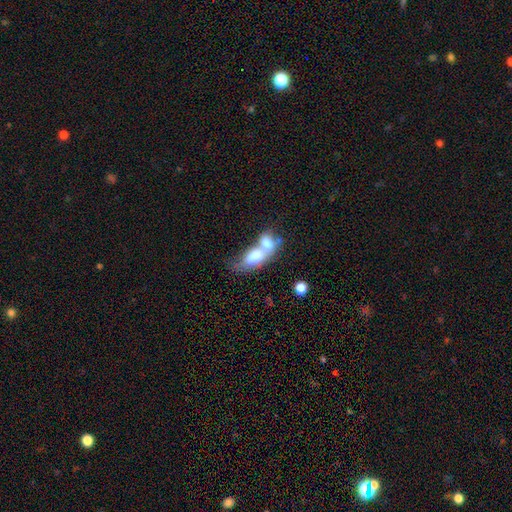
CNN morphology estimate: type=smooth (68%); roundness=in between (81%); merging=merger (75%).